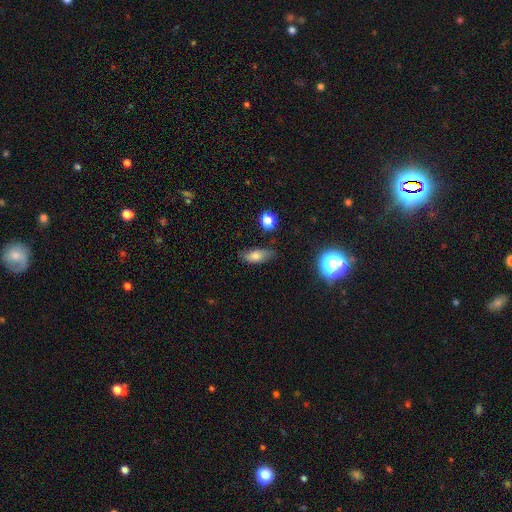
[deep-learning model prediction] Overall: smooth (73%). How rounded: in between (77%). Merging: none (69%).